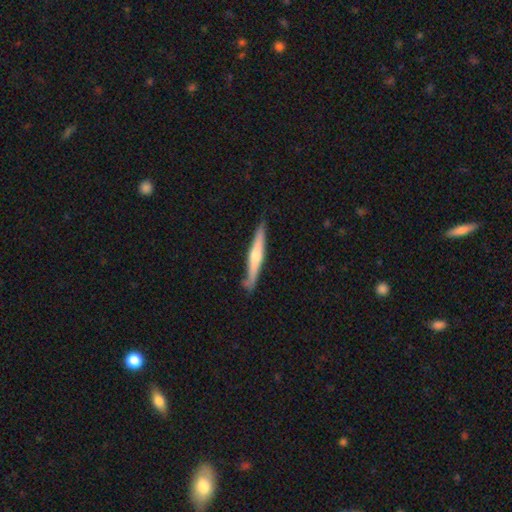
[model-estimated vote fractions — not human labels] A featured or disk galaxy (55%) viewed edge-on (96%) with a rounded central bulge (79%).

Vote fractions:
- Smooth or featured? featured or disk: 55% / smooth: 40% / star or artifact: 5%
- Edge-on disk? yes: 96% / no: 4%
- Edge-on bulge? rounded: 79% / none: 15% / boxy: 6%
- Merging? none: 81% / minor disturbance: 14% / major disturbance: 2% / merger: 2%